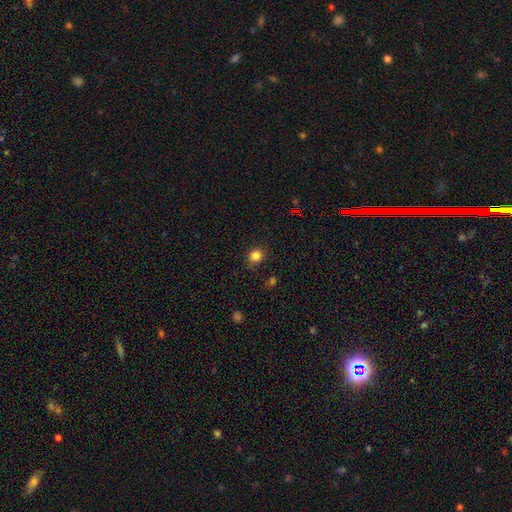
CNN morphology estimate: smooth_or_featured: smooth (p=0.83) [alt: star or artifact p=0.13]
how_rounded: round (p=0.83) [alt: in between p=0.16]
merging: none (p=0.86) [alt: minor disturbance p=0.10]